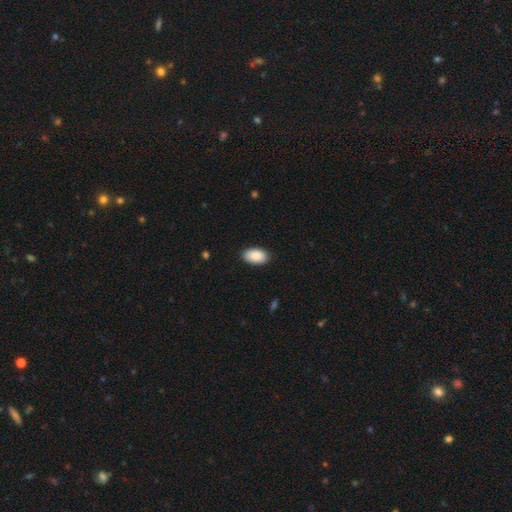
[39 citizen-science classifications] smooth-or-featured: smooth: 95% | featured or disk: 3% | star or artifact: 3%
  how-rounded: in between: 97% | round: 3% | cigar-shaped: 0%
  merging: none: 97% | merger: 3% | minor disturbance: 0% | major disturbance: 0%